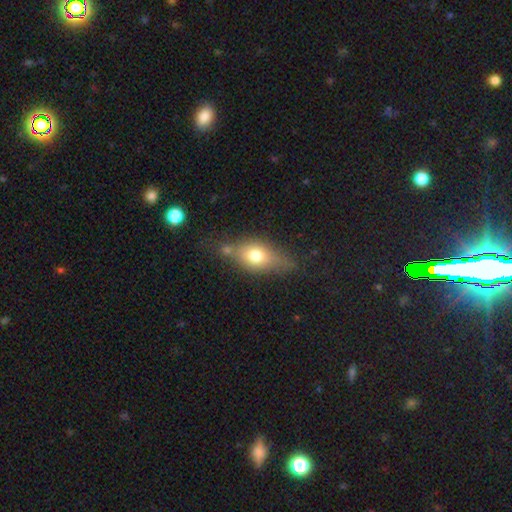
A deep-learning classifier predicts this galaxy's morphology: The model was most divided on "merging": none: 57%, minor disturbance: 24%, major disturbance: 10%, merger: 9%. More confident: how rounded — in between (71%); smooth or featured — smooth (63%).